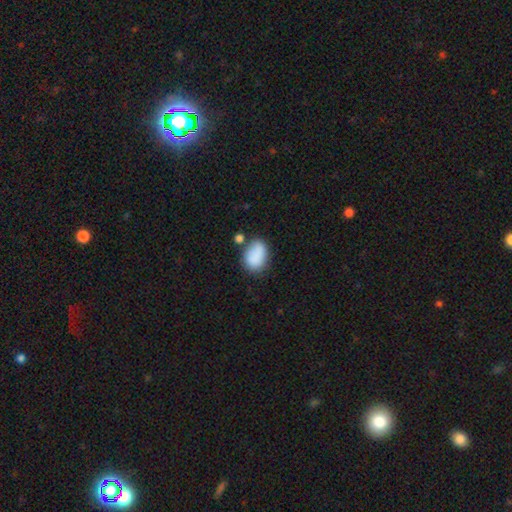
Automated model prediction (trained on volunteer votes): Smooth or featured: smooth — 84% (star or artifact — 8%)
How rounded: in between — 76% (round — 23%)
Merging: none — 57% (minor disturbance — 23%)